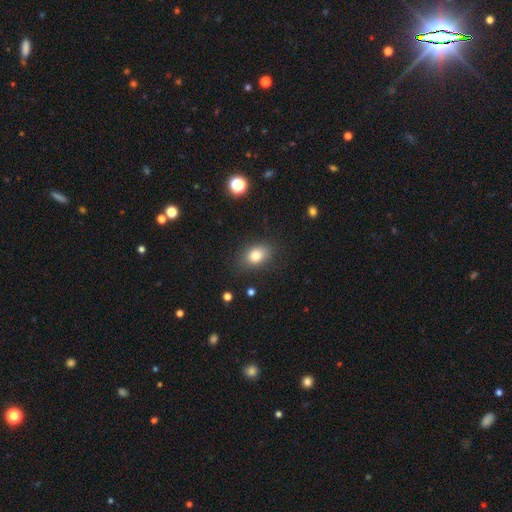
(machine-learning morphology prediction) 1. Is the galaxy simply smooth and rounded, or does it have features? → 81% smooth, 10% star or artifact, 9% featured or disk.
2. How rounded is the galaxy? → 74% in between, 24% round, 2% cigar-shaped.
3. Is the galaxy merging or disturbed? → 83% none, 12% minor disturbance, 4% major disturbance, 1% merger.